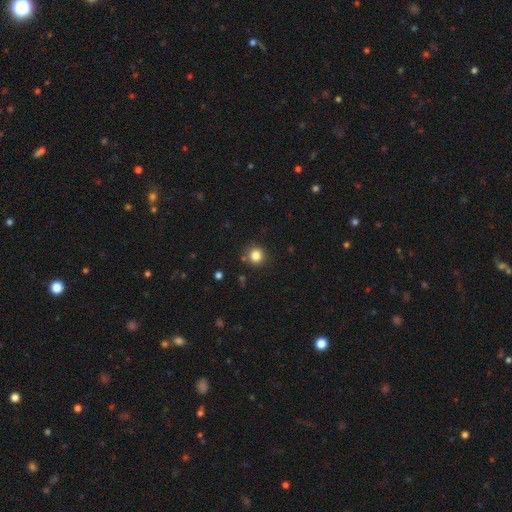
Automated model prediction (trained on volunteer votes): This appears to be a smooth galaxy with no disk features (84%) that is round (90%). Merging: none (85%).